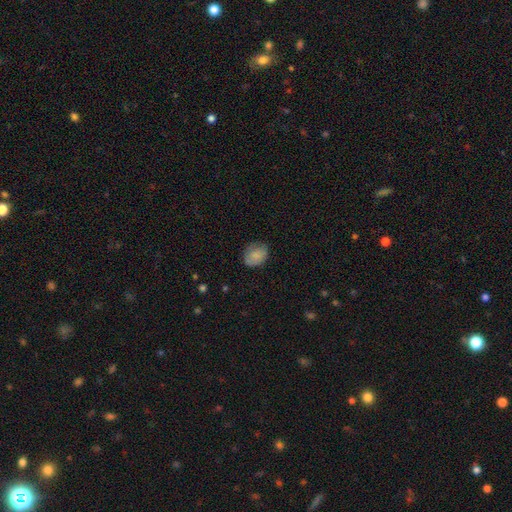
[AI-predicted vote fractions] This appears to be a smooth galaxy with no disk features (83%) that is in between round and cigar-shaped (64%). Merging: none (72%).